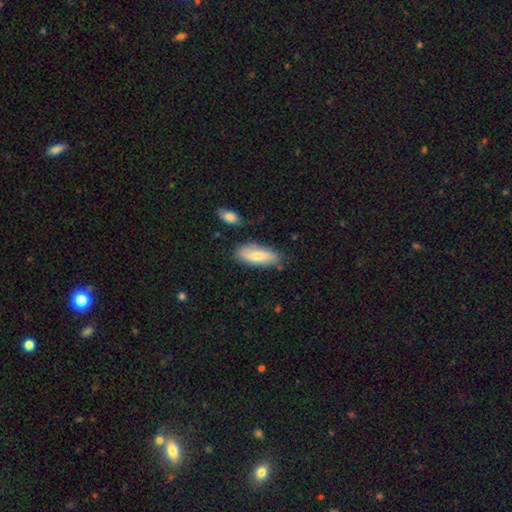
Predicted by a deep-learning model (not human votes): The model was most divided on "how rounded": in between: 76%, cigar-shaped: 22%, round: 2%. More confident: smooth or featured — smooth (77%); merging — none (76%).